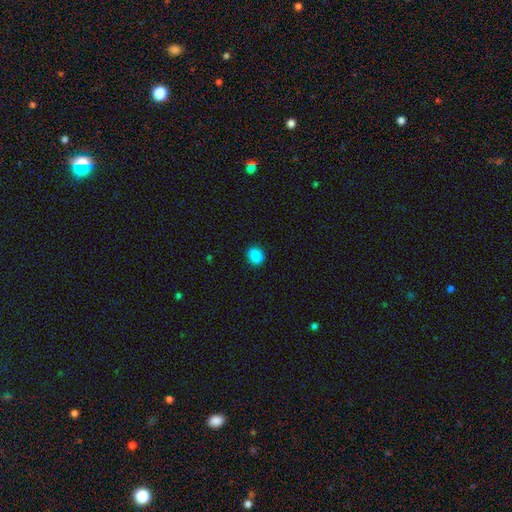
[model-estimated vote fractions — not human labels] smooth_or_featured: smooth (p=0.88) [alt: star or artifact p=0.09]
how_rounded: in between (p=0.51) [alt: round p=0.48]
merging: none (p=0.89) [alt: minor disturbance p=0.08]